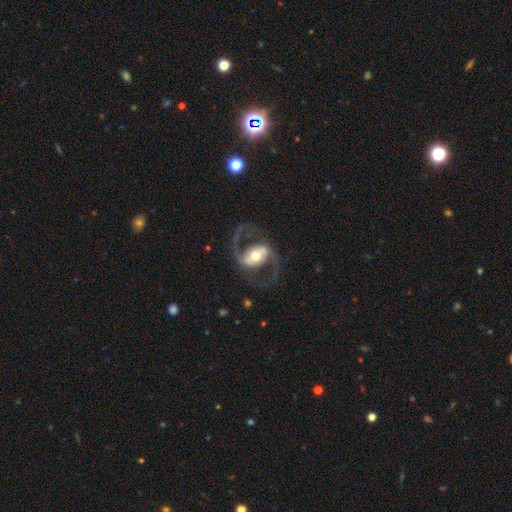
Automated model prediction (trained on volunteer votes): Q: Smooth or featured?
A: featured or disk (89%); runner-up: smooth (7%)
Q: Edge-on disk?
A: no (97%); runner-up: yes (3%)
Q: Bar?
A: strong (39%); runner-up: weak (34%)
Q: Spiral arms?
A: yes (94%); runner-up: no (6%)
Q: Spiral winding?
A: medium (53%); runner-up: loose (38%)
Q: Spiral arm count?
A: 2 (93%); runner-up: can't tell (2%)
Q: Bulge size?
A: moderate (67%); runner-up: large (19%)
Q: Merging?
A: none (74%); runner-up: major disturbance (13%)